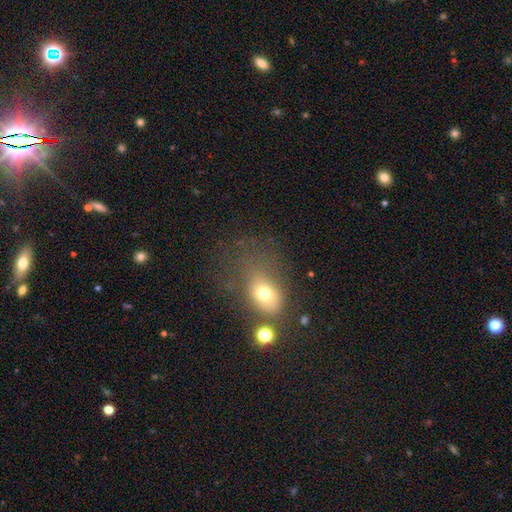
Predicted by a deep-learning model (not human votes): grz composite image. It shows a smooth galaxy with no disk features (51%) that is in between round and cigar-shaped (60%). Merging: none (42%).